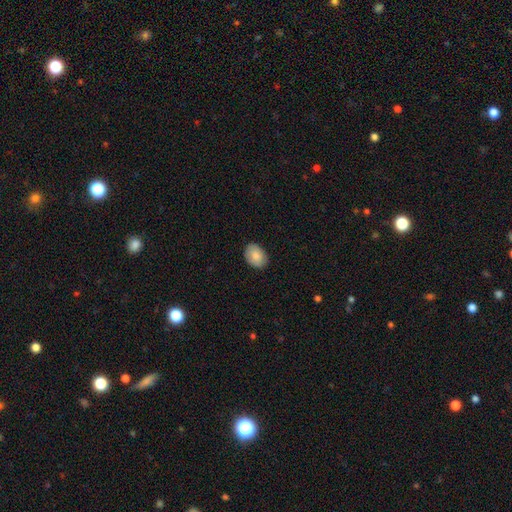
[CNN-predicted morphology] Overall: smooth (84%). How rounded: in between (77%). Merging: none (87%).